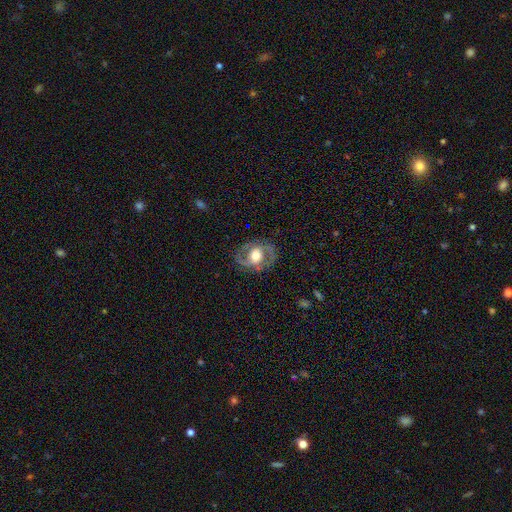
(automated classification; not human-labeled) Smooth or featured?
  - featured or disk: 71% *
  - smooth: 23%
  - star or artifact: 7%
Edge-on disk?
  - no: 96% *
  - yes: 4%
Bar?
  - no: 54% *
  - weak: 32%
  - strong: 14%
Spiral arms?
  - yes: 74% *
  - no: 26%
Bulge size?
  - moderate: 59% *
  - large: 31%
  - small: 7%
  - dominant: 2%
  - none: 1%
Merging?
  - none: 79% *
  - minor disturbance: 13%
  - major disturbance: 7%
  - merger: 1%